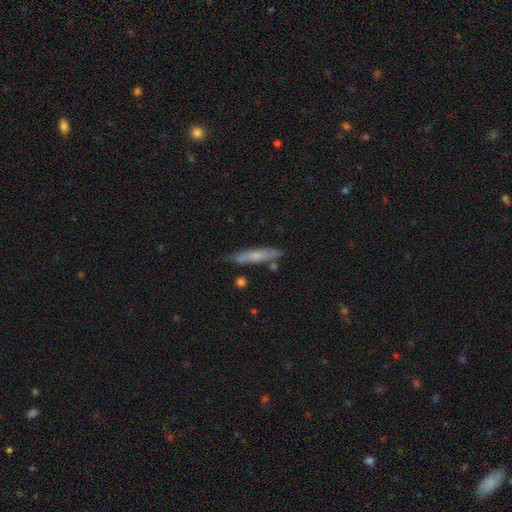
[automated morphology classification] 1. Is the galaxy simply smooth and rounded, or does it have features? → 53% smooth, 41% featured or disk, 6% star or artifact.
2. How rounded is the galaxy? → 89% cigar-shaped, 9% in between, 2% round.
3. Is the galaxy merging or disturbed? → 77% none, 16% minor disturbance, 5% merger, 3% major disturbance.